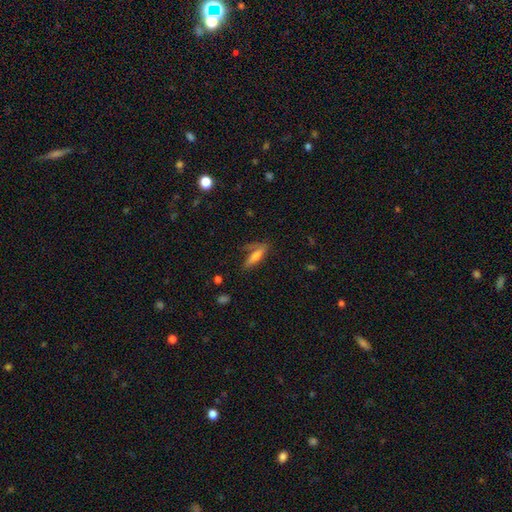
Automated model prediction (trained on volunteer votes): Smooth or featured? Predicted: smooth (p=0.66). How rounded? Predicted: cigar-shaped (p=0.71). Merging? Predicted: none (p=0.61).